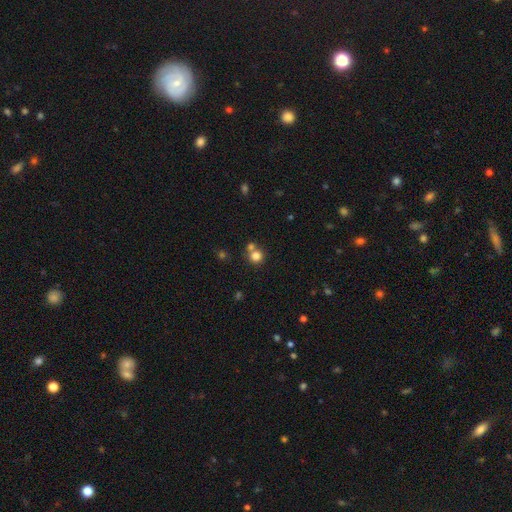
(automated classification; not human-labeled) A smooth galaxy with no disk features (79%) that is round (91%). Merging: none (59%).